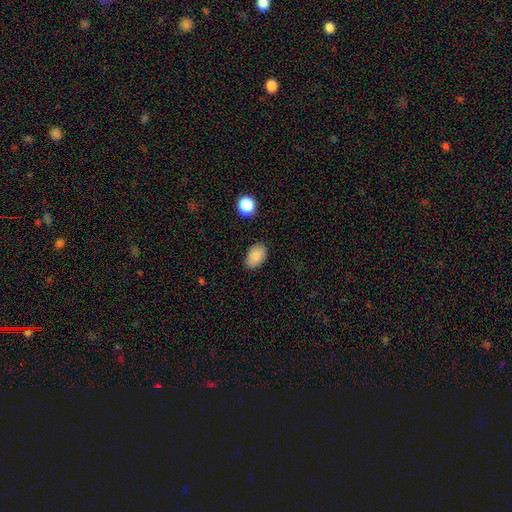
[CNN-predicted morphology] smooth-or-featured: smooth: 87% | star or artifact: 8% | featured or disk: 5%
  how-rounded: in between: 88% | round: 10% | cigar-shaped: 1%
  merging: none: 84% | minor disturbance: 12% | major disturbance: 3% | merger: 2%